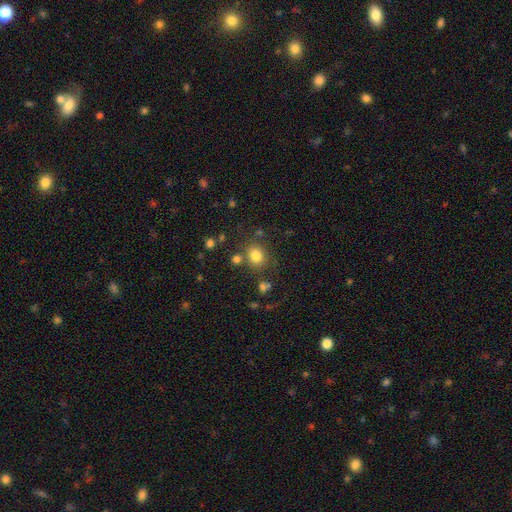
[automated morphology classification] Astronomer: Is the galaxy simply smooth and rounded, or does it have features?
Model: smooth — 79%.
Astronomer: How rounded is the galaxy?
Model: round — 73%.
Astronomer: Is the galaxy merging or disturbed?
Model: none — 76%.